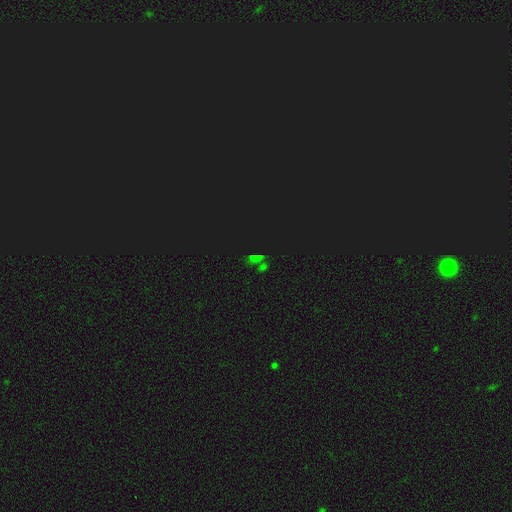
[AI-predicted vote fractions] A star or artifact, not a galaxy (66%).

Vote fractions:
- Smooth or featured? star or artifact: 66% / smooth: 25% / featured or disk: 9%